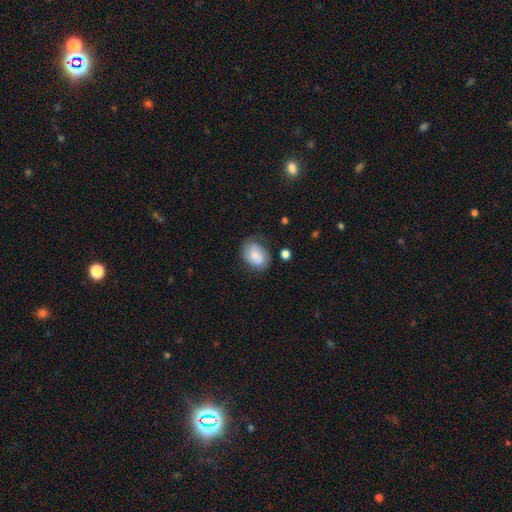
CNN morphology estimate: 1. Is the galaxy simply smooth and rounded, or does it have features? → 72% smooth, 20% featured or disk, 8% star or artifact.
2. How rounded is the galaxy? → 75% in between, 24% round, 1% cigar-shaped.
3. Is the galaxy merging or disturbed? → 70% none, 21% minor disturbance, 6% major disturbance, 3% merger.